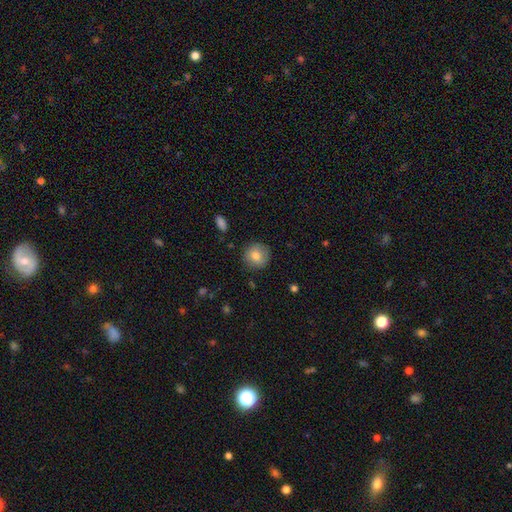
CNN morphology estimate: The model was most divided on "smooth or featured": smooth: 81%, featured or disk: 11%, star or artifact: 8%. More confident: how rounded — round (92%); merging — none (86%).